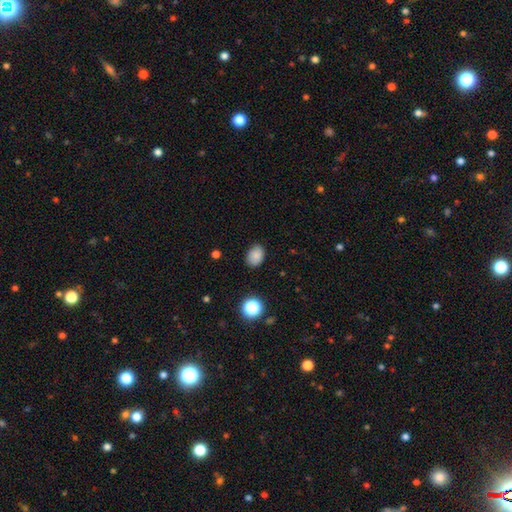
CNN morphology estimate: This appears to be a smooth galaxy with no disk features (85%) that is in between round and cigar-shaped (72%). Merging: none (81%).